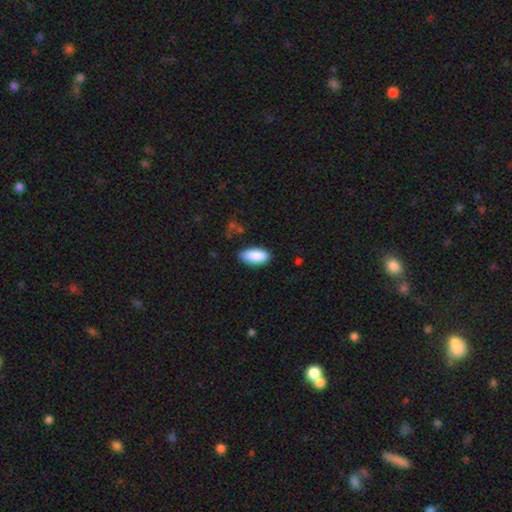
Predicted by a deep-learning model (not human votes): This is clearly a smooth galaxy (89%). How rounded: clearly in between (90%). Merging: clearly none (82%).